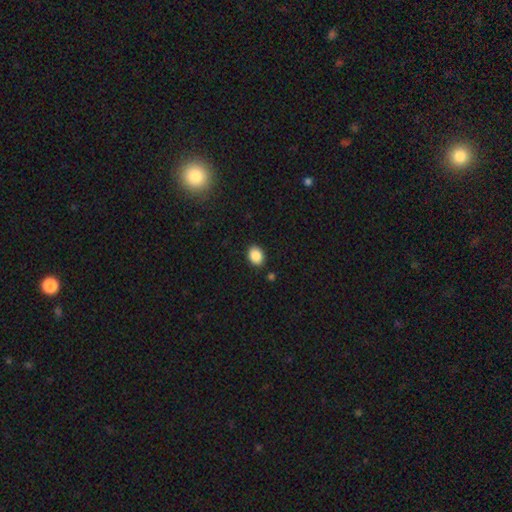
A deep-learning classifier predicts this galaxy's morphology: This is clearly a smooth galaxy (88%). How rounded: possibly in between (57%). Merging: clearly none (88%).